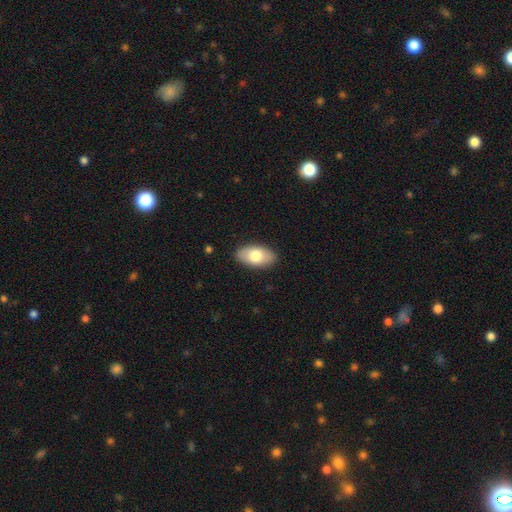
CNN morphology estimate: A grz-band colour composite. It shows a smooth galaxy with no disk features (75%) that is in between round and cigar-shaped (94%). Merging: none (88%).